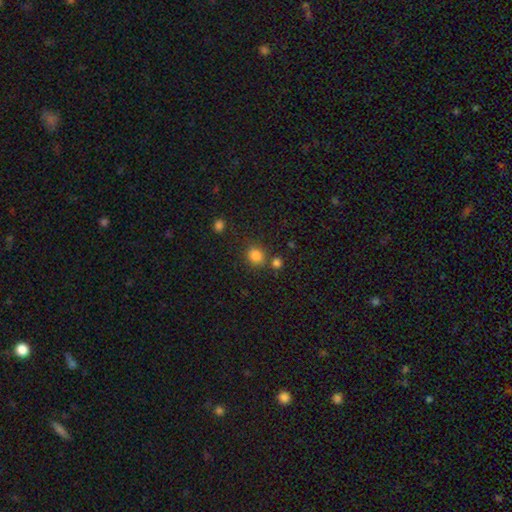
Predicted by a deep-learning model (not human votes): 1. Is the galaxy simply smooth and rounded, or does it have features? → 83% smooth, 13% star or artifact, 5% featured or disk.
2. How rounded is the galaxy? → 76% round, 23% in between, 1% cigar-shaped.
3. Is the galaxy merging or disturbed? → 72% none, 13% merger, 11% minor disturbance, 4% major disturbance.